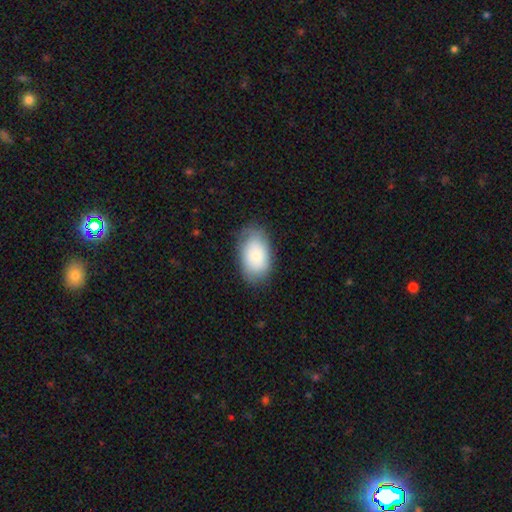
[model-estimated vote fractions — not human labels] Smooth or featured: smooth — 78% (featured or disk — 15%)
How rounded: in between — 92% (round — 7%)
Merging: none — 75% (minor disturbance — 19%)